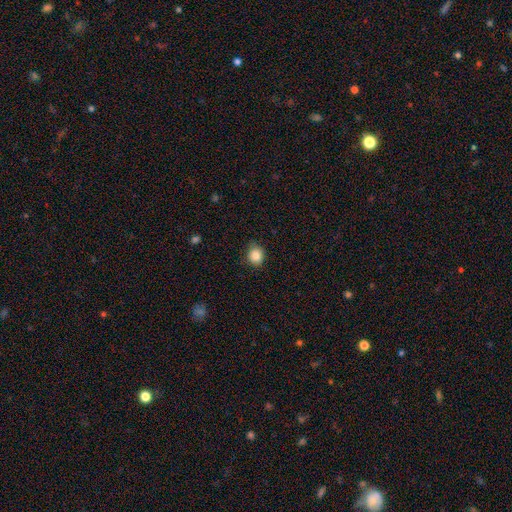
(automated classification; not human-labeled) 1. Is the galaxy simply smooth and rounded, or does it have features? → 85% smooth, 10% star or artifact, 5% featured or disk.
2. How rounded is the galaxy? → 78% round, 21% in between, 1% cigar-shaped.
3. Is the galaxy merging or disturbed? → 83% none, 14% minor disturbance, 2% major disturbance, 1% merger.